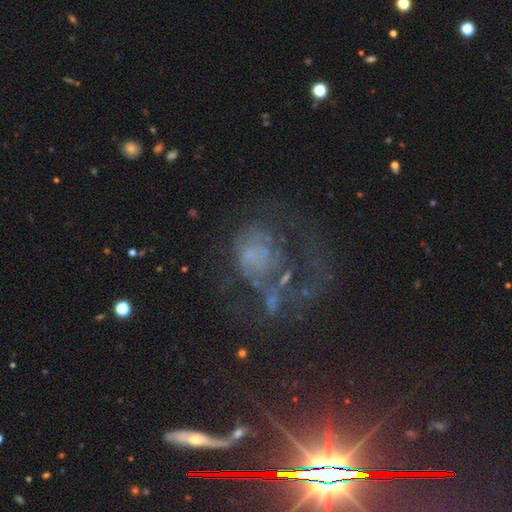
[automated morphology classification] smooth-or-featured: featured or disk: 55% | smooth: 25% | star or artifact: 20%
  disk-edge-on: no: 98% | yes: 2%
    bar: no: 89% | weak: 9% | strong: 2%
    has-spiral-arms: no: 67% | yes: 33%
    bulge-size: none: 60% | small: 20% | moderate: 13% | large: 5% | dominant: 2%
  merging: major disturbance: 49% | none: 28% | minor disturbance: 14% | merger: 9%